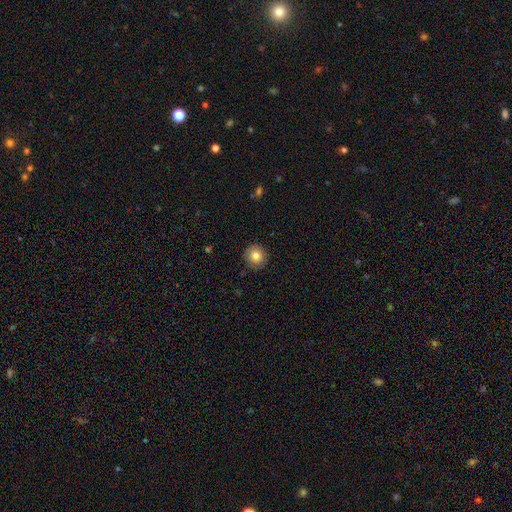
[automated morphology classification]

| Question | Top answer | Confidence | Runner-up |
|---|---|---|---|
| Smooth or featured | smooth | 80% | featured or disk (10%) |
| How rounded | round | 93% | in between (6%) |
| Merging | none | 90% | minor disturbance (7%) |